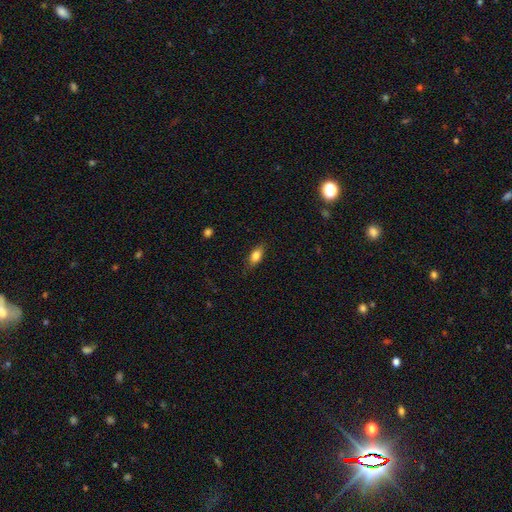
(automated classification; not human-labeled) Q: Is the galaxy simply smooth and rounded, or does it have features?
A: smooth — 80%.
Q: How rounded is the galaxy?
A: in between — 82%.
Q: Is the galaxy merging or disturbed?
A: none — 80%.